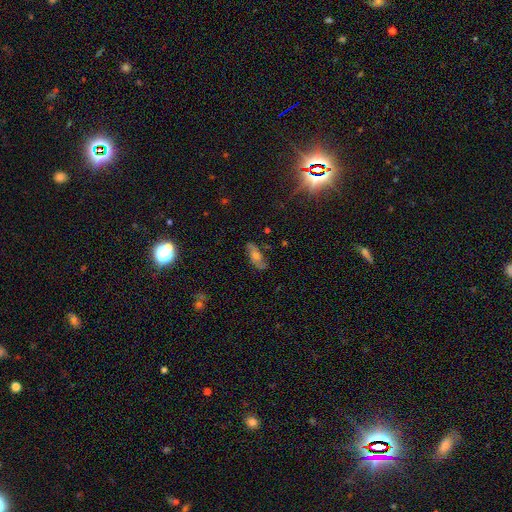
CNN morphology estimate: Overall: featured or disk (47%; smooth 36%). Merging: none (75%).